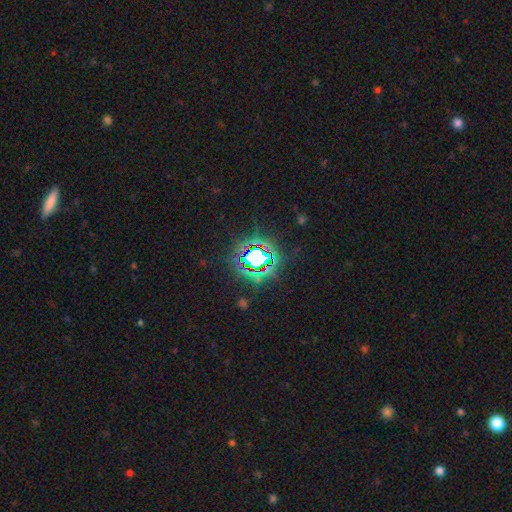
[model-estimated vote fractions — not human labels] Smooth or featured? Predicted: star or artifact (p=0.74).